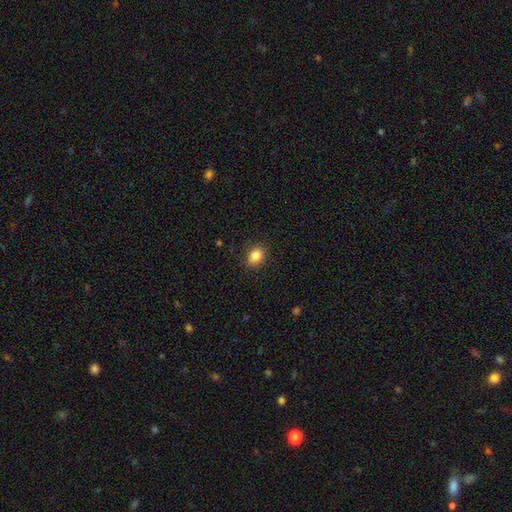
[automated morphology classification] Smooth or featured: smooth — 85% (star or artifact — 10%)
How rounded: in between — 61% (round — 38%)
Merging: none — 87% (minor disturbance — 10%)